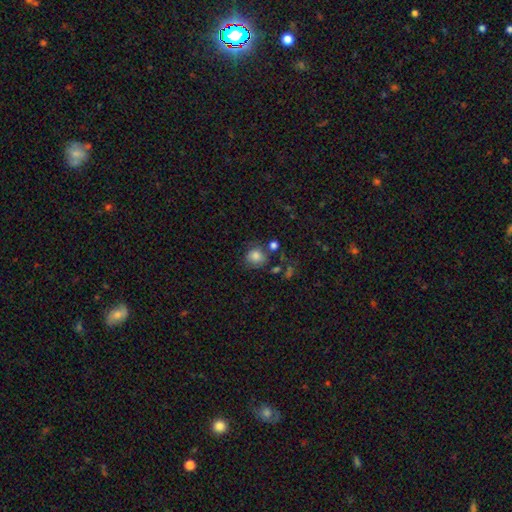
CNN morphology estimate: A smooth galaxy with no disk features (81%) that is round (80%).

Vote fractions:
- Smooth or featured? smooth: 81% / star or artifact: 11% / featured or disk: 9%
- How rounded? round: 80% / in between: 19% / cigar-shaped: 1%
- Merging? none: 62% / minor disturbance: 19% / merger: 10% / major disturbance: 9%